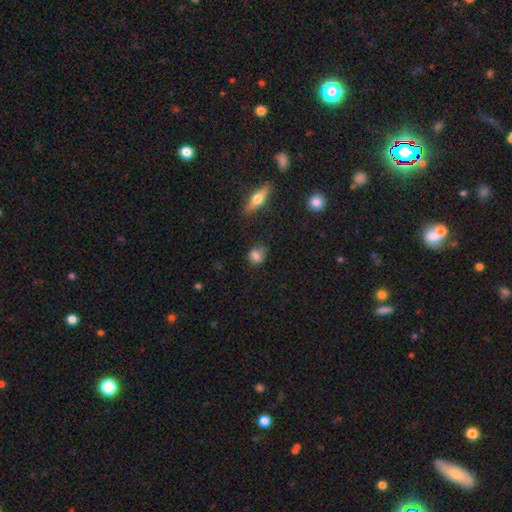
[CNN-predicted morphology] Smooth or featured?
  - smooth: 78% *
  - featured or disk: 12%
  - star or artifact: 10%
How rounded?
  - in between: 54% *
  - round: 43%
  - cigar-shaped: 3%
Merging?
  - none: 58% *
  - minor disturbance: 28%
  - major disturbance: 8%
  - merger: 6%